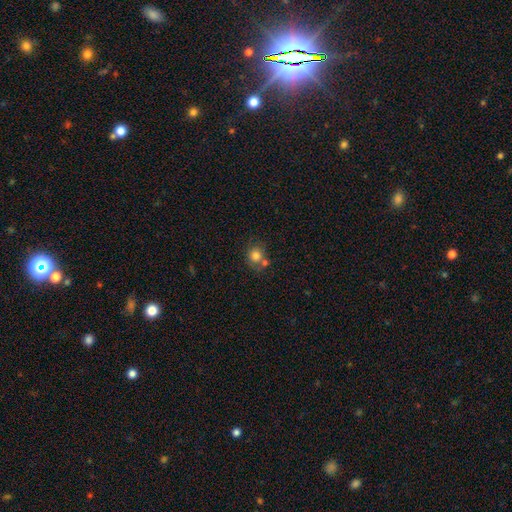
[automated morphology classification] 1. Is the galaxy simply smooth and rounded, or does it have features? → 80% smooth, 11% star or artifact, 9% featured or disk.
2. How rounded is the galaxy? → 82% round, 17% in between, 1% cigar-shaped.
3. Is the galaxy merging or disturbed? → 56% none, 27% merger, 13% minor disturbance, 4% major disturbance.